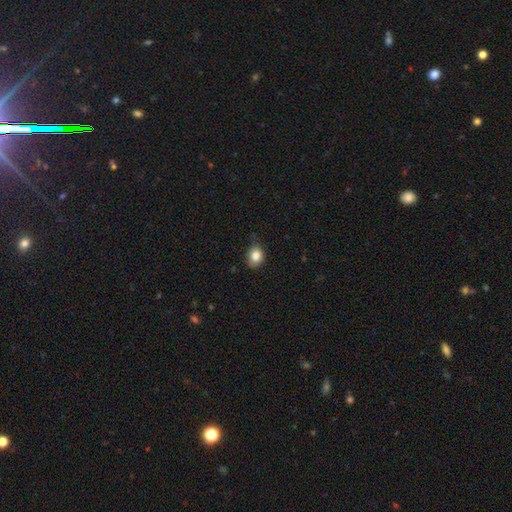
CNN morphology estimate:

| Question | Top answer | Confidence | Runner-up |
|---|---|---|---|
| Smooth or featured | smooth | 84% | star or artifact (10%) |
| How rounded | round | 50% | in between (49%) |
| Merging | none | 70% | minor disturbance (25%) |